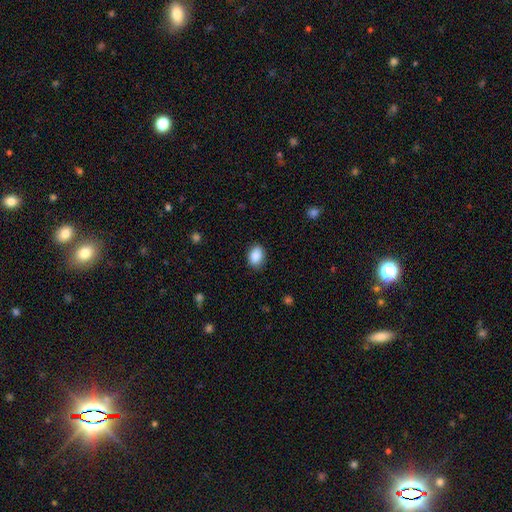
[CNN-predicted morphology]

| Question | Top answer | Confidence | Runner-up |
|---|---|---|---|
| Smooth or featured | smooth | 89% | star or artifact (7%) |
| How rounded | in between | 79% | round (20%) |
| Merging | none | 85% | minor disturbance (11%) |